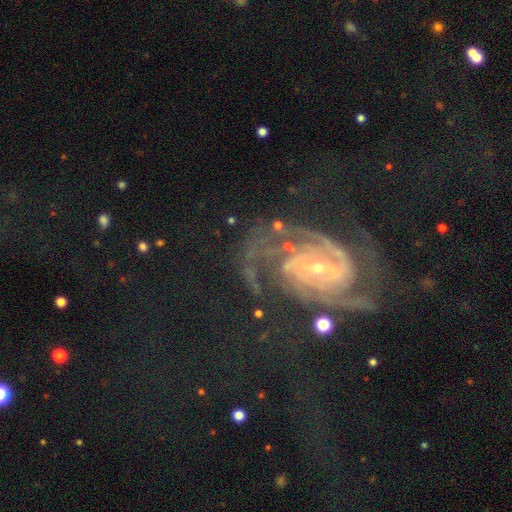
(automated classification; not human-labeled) A featured or disk galaxy (77%) with no bar (43%), 2 (57%) tight (47%) spiral arms (96%) and a small central bulge (74%). Merging: none (62%).